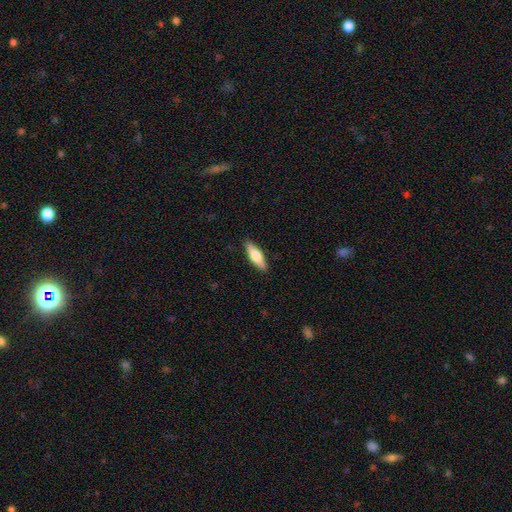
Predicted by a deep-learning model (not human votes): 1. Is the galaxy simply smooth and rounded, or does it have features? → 64% smooth, 31% featured or disk, 5% star or artifact.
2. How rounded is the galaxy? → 52% cigar-shaped, 46% in between, 2% round.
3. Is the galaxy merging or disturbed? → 89% none, 8% minor disturbance, 2% major disturbance, 1% merger.